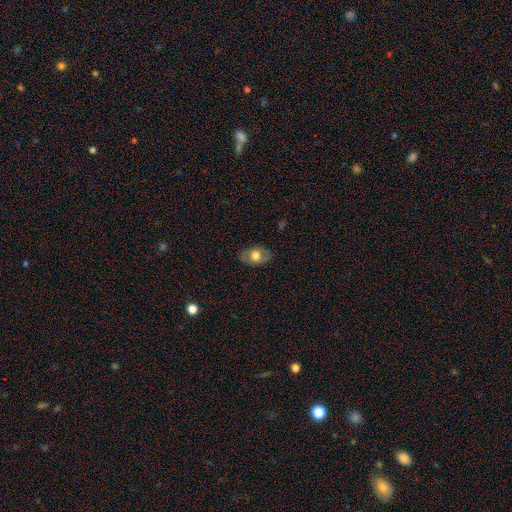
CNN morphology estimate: This appears to be a smooth galaxy with no disk features (57%) that is in between round and cigar-shaped (80%). Merging: none (80%).